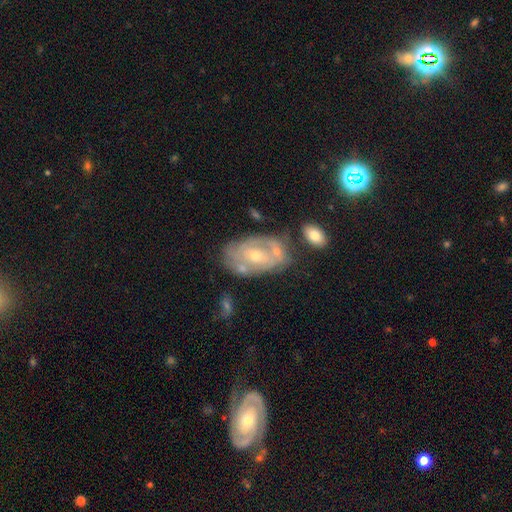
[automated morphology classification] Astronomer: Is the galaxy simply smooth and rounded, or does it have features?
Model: featured or disk — 70%.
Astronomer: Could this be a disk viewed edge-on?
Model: no — 94%.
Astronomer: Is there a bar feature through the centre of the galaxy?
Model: no — 65%.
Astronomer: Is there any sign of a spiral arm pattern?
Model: yes — 61% (runner-up: no, 39%).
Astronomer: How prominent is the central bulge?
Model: small — 50% (runner-up: moderate, 46%).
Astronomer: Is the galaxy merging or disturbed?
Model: none — 53%.